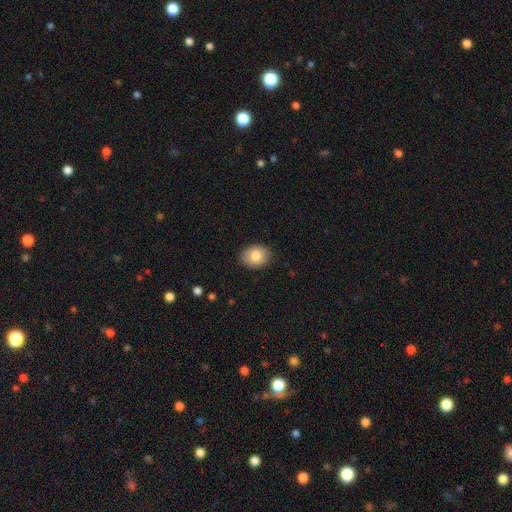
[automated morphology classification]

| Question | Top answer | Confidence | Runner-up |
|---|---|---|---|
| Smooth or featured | smooth | 82% | featured or disk (11%) |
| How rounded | in between | 67% | round (32%) |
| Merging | none | 88% | minor disturbance (9%) |